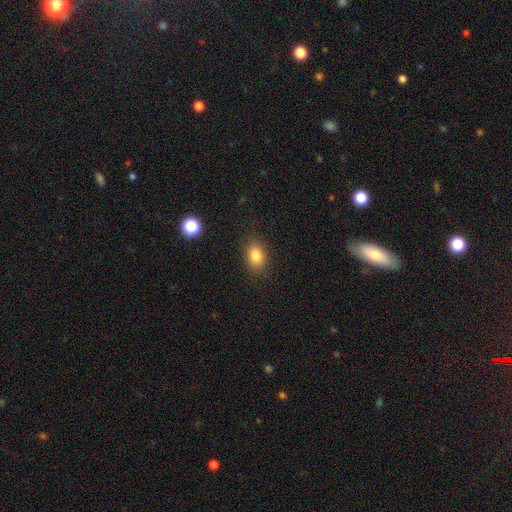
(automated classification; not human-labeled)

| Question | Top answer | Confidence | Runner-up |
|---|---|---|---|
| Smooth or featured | smooth | 83% | star or artifact (10%) |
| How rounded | in between | 75% | round (24%) |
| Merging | none | 86% | minor disturbance (10%) |